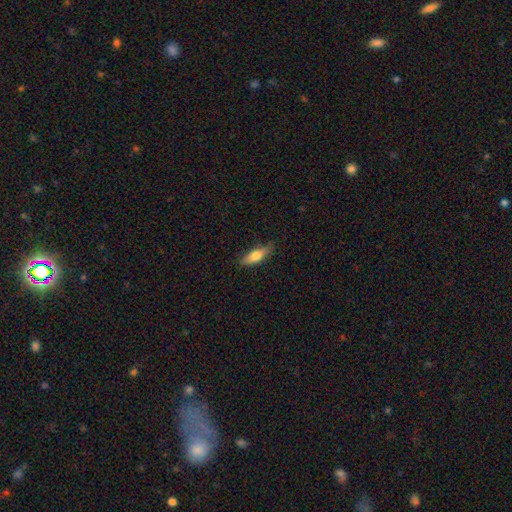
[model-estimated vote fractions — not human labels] Overall: smooth (71%). How rounded: in between (58%; cigar-shaped 39%). Merging: none (73%).